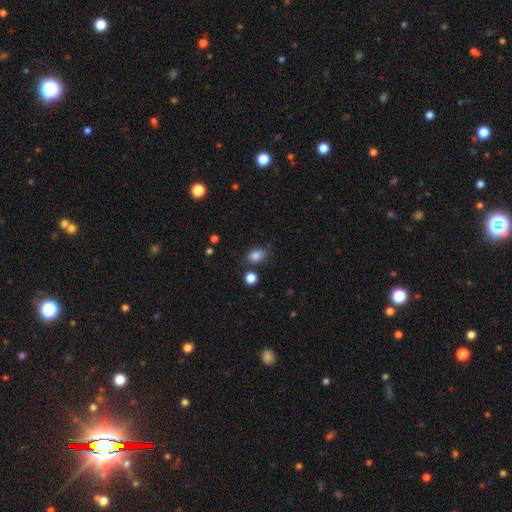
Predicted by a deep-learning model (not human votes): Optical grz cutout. It shows a smooth galaxy with no disk features (84%) that is in between round and cigar-shaped (70%). Merging: none (69%).